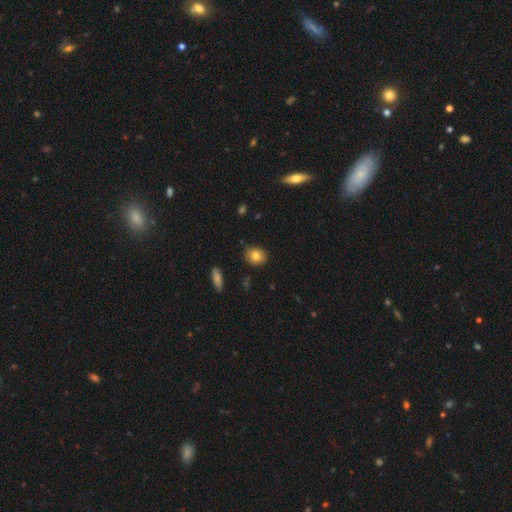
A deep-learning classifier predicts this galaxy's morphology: type=smooth (82%); roundness=round (62%); merging=none (81%).